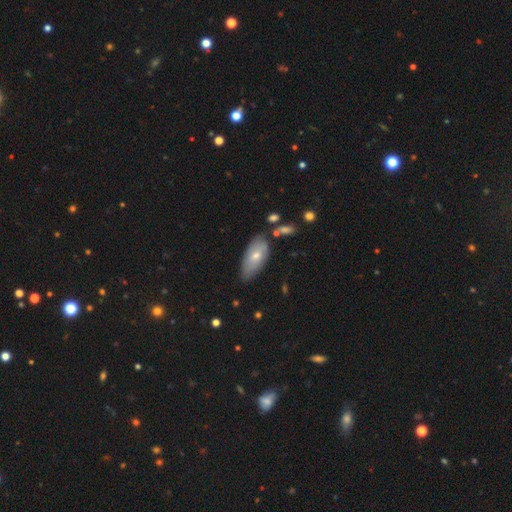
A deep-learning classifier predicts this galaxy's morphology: type=smooth (65%); roundness=in between (88%); merging=none (64%).